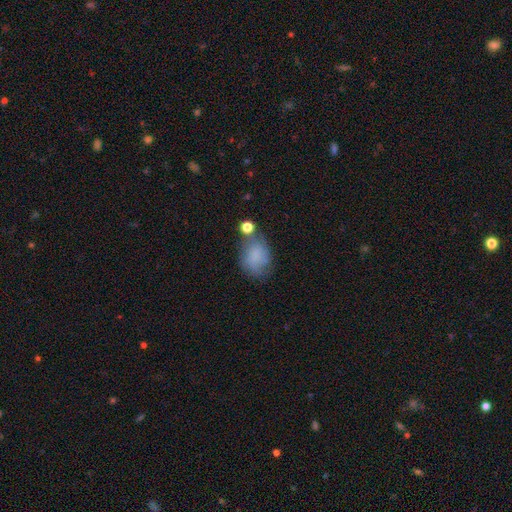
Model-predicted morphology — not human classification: Smooth or featured? Predicted: smooth (p=0.73). How rounded? Predicted: in between (p=0.63). Merging? Predicted: none (p=0.50).